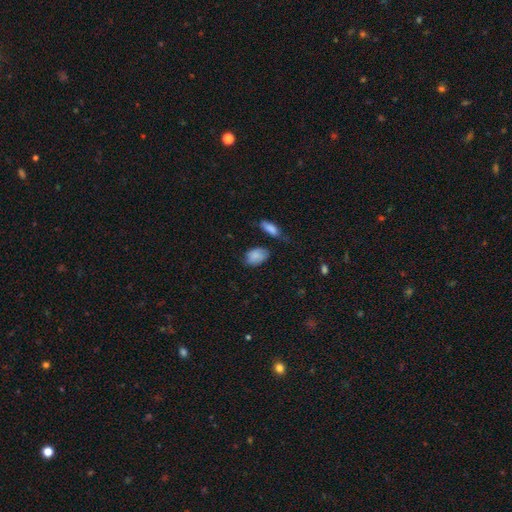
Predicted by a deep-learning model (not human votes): Q: Smooth or featured?
A: smooth (85%); runner-up: featured or disk (8%)
Q: How rounded?
A: in between (85%); runner-up: round (13%)
Q: Merging?
A: none (61%); runner-up: minor disturbance (26%)